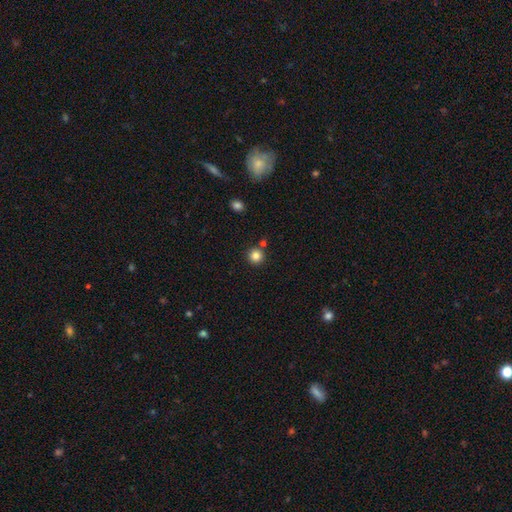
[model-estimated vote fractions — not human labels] This is clearly a smooth galaxy (84%). How rounded: clearly round (94%). Merging: clearly none (82%).